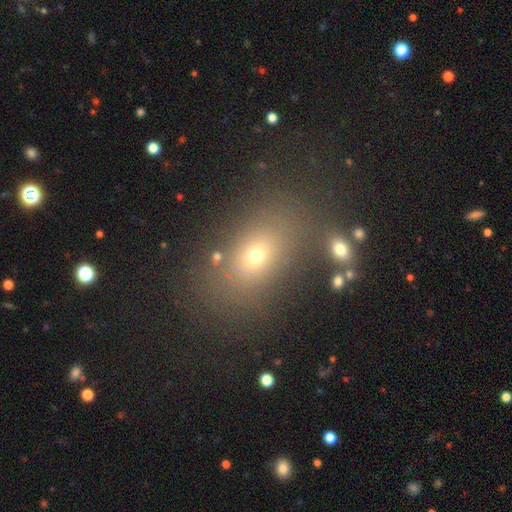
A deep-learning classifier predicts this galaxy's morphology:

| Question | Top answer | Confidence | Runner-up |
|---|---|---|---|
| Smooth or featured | smooth | 62% | star or artifact (23%) |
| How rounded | in between | 69% | round (29%) |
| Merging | none | 75% | minor disturbance (12%) |